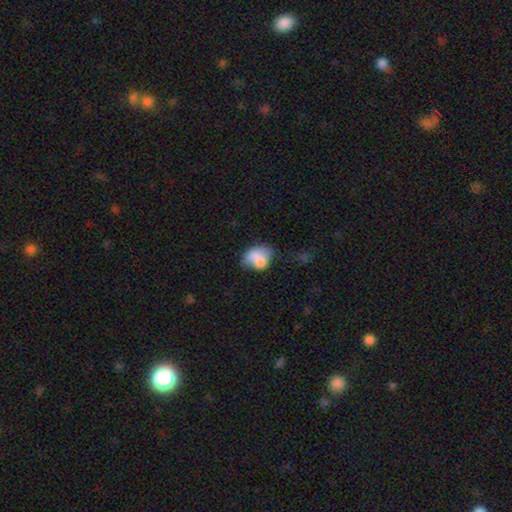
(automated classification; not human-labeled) Smooth or featured?
  - smooth: 71% *
  - featured or disk: 20%
  - star or artifact: 9%
How rounded?
  - in between: 64% *
  - round: 35%
  - cigar-shaped: 1%
Merging?
  - merger: 32% *
  - none: 30%
  - minor disturbance: 23%
  - major disturbance: 14%